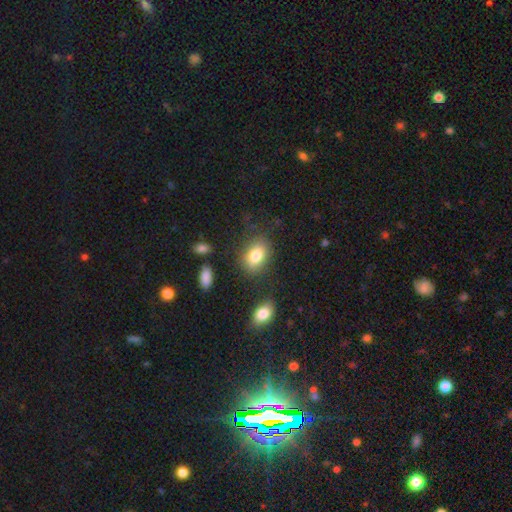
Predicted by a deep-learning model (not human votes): Smooth or featured? Predicted: smooth (p=0.80). How rounded? Predicted: in between (p=0.79). Merging? Predicted: none (p=0.78).